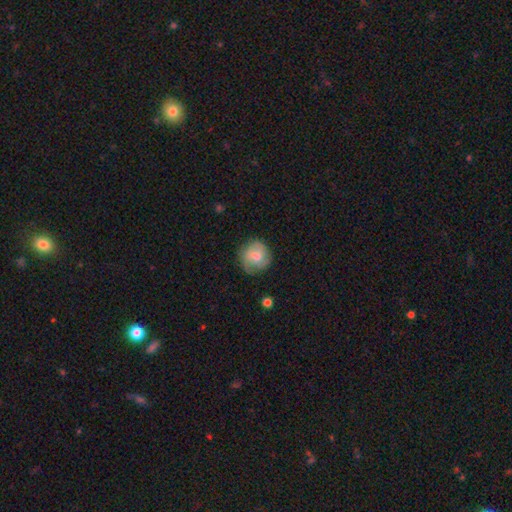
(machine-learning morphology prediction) A smooth galaxy with no disk features (61%) that is round (89%).

Vote fractions:
- Smooth or featured? smooth: 61% / featured or disk: 32% / star or artifact: 7%
- How rounded? round: 89% / in between: 10% / cigar-shaped: 1%
- Merging? none: 75% / minor disturbance: 18% / major disturbance: 5% / merger: 2%